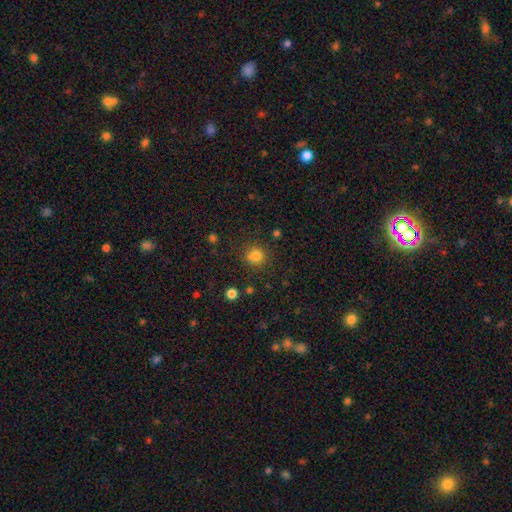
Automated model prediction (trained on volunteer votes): smooth-or-featured: smooth: 81% | star or artifact: 14% | featured or disk: 5%
  how-rounded: round: 89% | in between: 10% | cigar-shaped: 1%
  merging: none: 82% | minor disturbance: 10% | merger: 5% | major disturbance: 3%